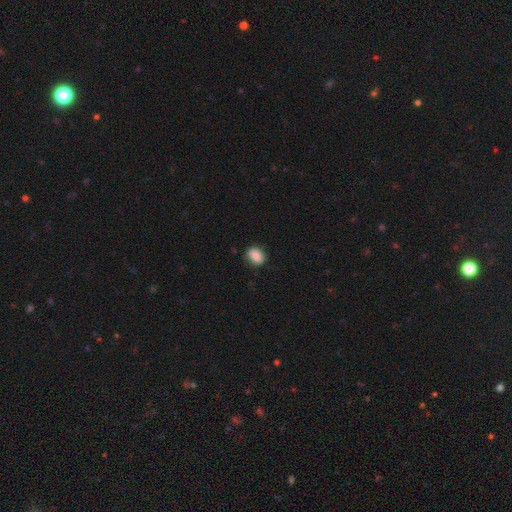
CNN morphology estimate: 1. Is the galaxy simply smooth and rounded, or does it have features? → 83% smooth, 9% featured or disk, 8% star or artifact.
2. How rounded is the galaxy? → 66% in between, 32% round, 1% cigar-shaped.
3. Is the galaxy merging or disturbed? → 80% none, 16% minor disturbance, 3% major disturbance, 1% merger.